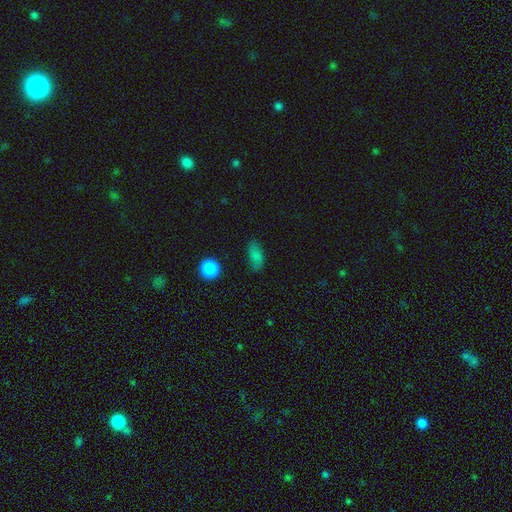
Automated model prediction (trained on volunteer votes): smooth_or_featured: smooth (p=0.77) [alt: star or artifact p=0.12]
how_rounded: in between (p=0.86) [alt: round p=0.08]
merging: none (p=0.75) [alt: minor disturbance p=0.18]